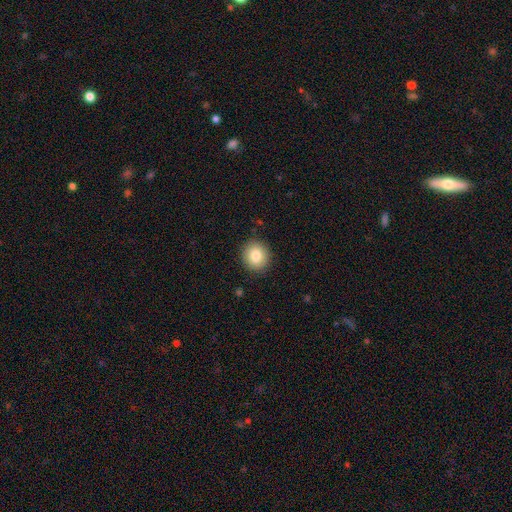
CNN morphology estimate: Smooth or featured? Predicted: smooth (p=0.83). How rounded? Predicted: round (p=0.85). Merging? Predicted: none (p=0.90).